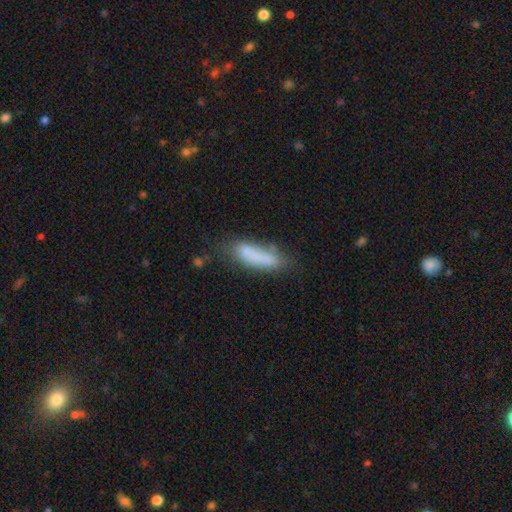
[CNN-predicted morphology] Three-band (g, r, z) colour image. It shows a smooth galaxy with no disk features (74%) that is cigar-shaped (58%). Merging: none (51%).